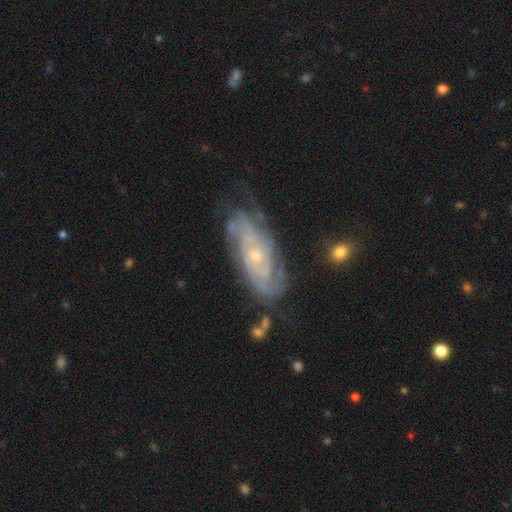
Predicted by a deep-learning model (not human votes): smooth_or_featured: featured or disk (p=0.83) [alt: smooth p=0.11]
disk_edge_on: no (p=0.91) [alt: yes p=0.09]
bar: no (p=0.75) [alt: weak p=0.21]
has_spiral_arms: yes (p=0.93) [alt: no p=0.07]
spiral_winding: tight (p=0.68) [alt: medium p=0.25]
spiral_arm_count: can't tell (p=0.45) [alt: 2 p=0.23]
bulge_size: small (p=0.69) [alt: moderate p=0.27]
merging: none (p=0.69) [alt: minor disturbance p=0.21]